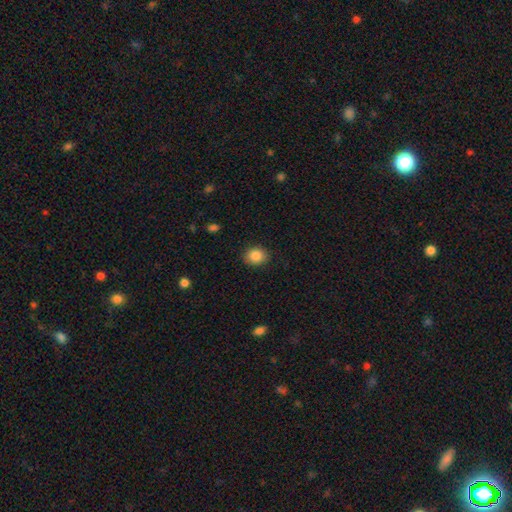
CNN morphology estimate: A smooth galaxy with no disk features (87%) that is round (64%). Merging: none (89%).